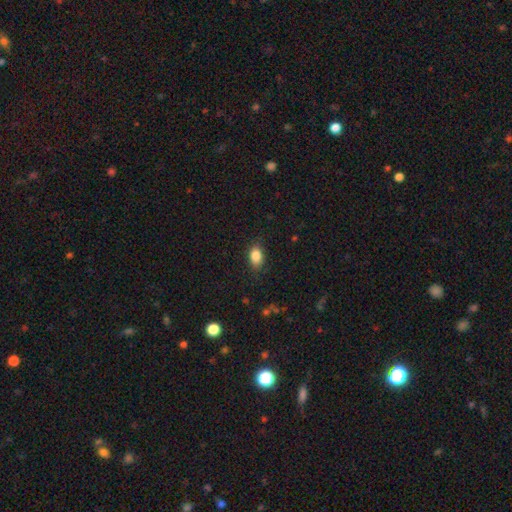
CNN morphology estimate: Q: Smooth or featured?
A: smooth (86%); runner-up: star or artifact (9%)
Q: How rounded?
A: in between (82%); runner-up: round (16%)
Q: Merging?
A: none (82%); runner-up: minor disturbance (14%)